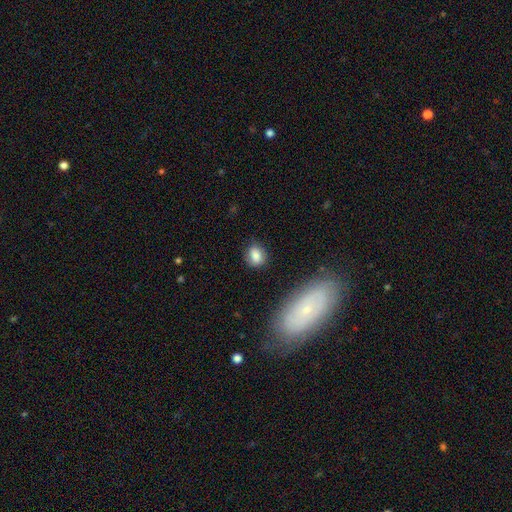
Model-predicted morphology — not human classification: Smooth or featured?
  - smooth: 80% *
  - featured or disk: 11%
  - star or artifact: 9%
How rounded?
  - in between: 50% *
  - round: 48%
  - cigar-shaped: 2%
Merging?
  - none: 75% *
  - minor disturbance: 17%
  - major disturbance: 4%
  - merger: 3%